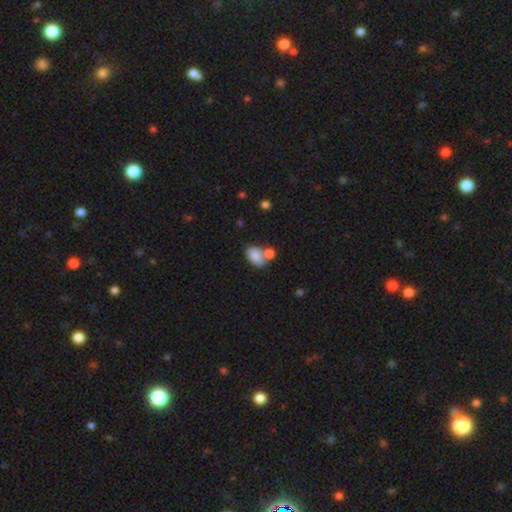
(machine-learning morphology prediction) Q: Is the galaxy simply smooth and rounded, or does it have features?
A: smooth — 83%.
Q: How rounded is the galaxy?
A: in between — 85%.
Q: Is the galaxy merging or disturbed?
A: merger — 40%.